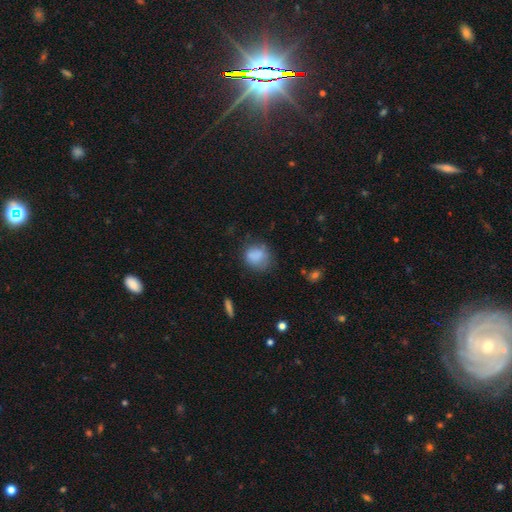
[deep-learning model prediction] Smooth or featured: smooth — 79% (featured or disk — 11%)
How rounded: round — 66% (in between — 33%)
Merging: none — 60% (minor disturbance — 25%)